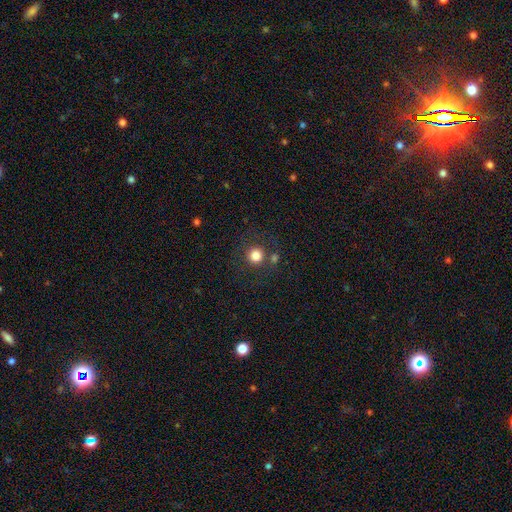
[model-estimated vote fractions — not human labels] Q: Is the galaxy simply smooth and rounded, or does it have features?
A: smooth — 82%.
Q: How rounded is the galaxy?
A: round — 94%.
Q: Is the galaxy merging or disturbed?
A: none — 80%.